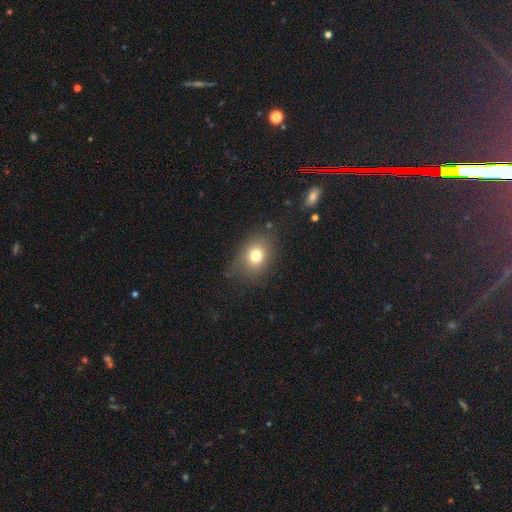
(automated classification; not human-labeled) smooth_or_featured: smooth (p=0.76) [alt: star or artifact p=0.13]
how_rounded: in between (p=0.56) [alt: round p=0.43]
merging: none (p=0.76) [alt: minor disturbance p=0.16]